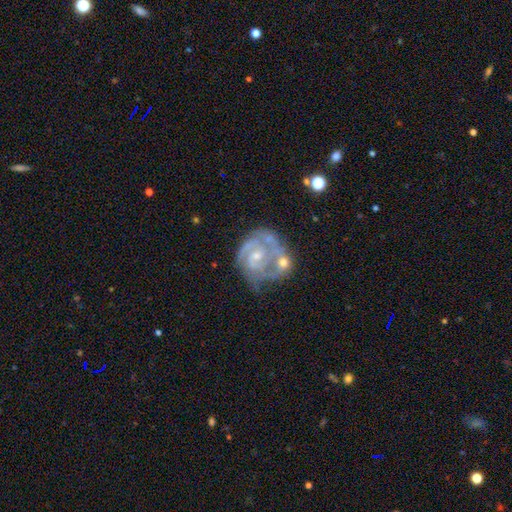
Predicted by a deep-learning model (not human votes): The model was most divided on "bar": no: 53%, weak: 39%, strong: 8%. Remaining: edge-on disk — no (98%); spiral arms — yes (93%); smooth or featured — featured or disk (86%); spiral winding — tight (60%); bulge size — small (58%); spiral arm count — 2 (51%); merging — none (40%).